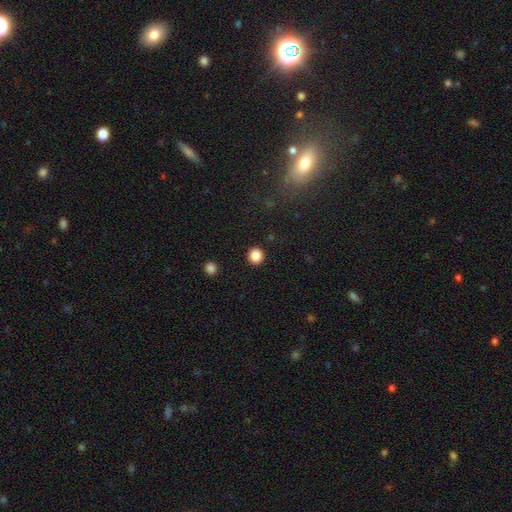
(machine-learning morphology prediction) This appears to be a smooth galaxy with no disk features (86%) that is round (94%). Merging: none (93%).